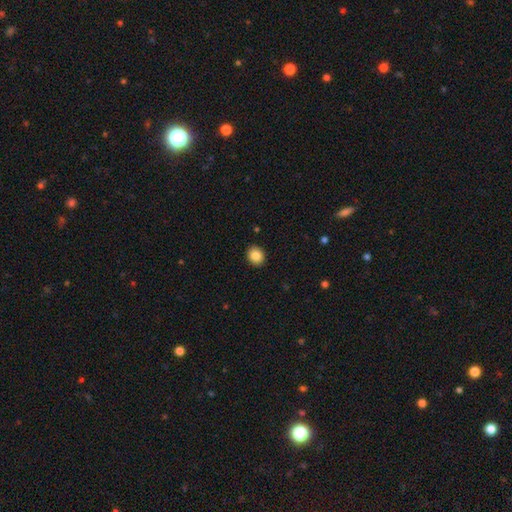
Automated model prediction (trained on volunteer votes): Smooth or featured? Predicted: smooth (p=0.86). How rounded? Predicted: round (p=0.64). Merging? Predicted: none (p=0.91).